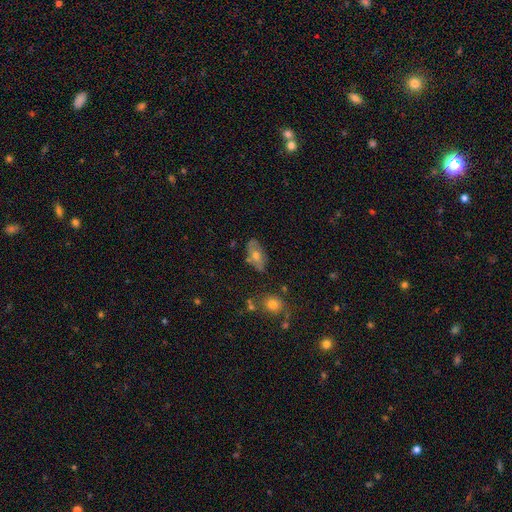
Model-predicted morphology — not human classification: A smooth galaxy with no disk features (49%).

Vote fractions:
- Smooth or featured? smooth: 49% / featured or disk: 39% / star or artifact: 12%
- Merging? none: 69% / minor disturbance: 20% / major disturbance: 5% / merger: 5%